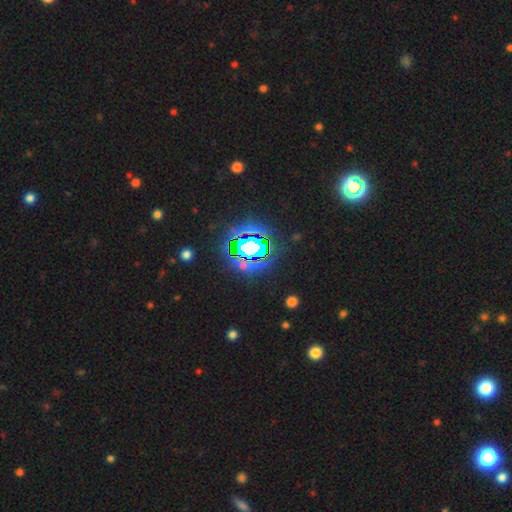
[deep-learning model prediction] star or artifact 84%, smooth 10%, featured or disk 6%.